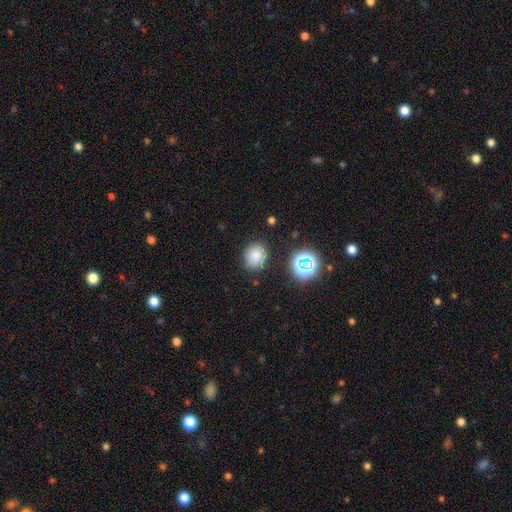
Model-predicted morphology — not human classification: Smooth or featured: smooth — 79% (star or artifact — 15%)
How rounded: round — 60% (in between — 39%)
Merging: none — 82% (minor disturbance — 12%)